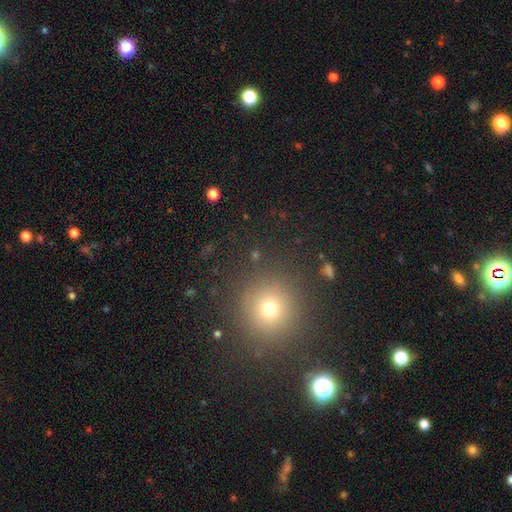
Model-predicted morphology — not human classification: The model was most divided on "smooth or featured": smooth: 60%, star or artifact: 31%, featured or disk: 9%. More confident: how rounded — round (92%); merging — none (87%).